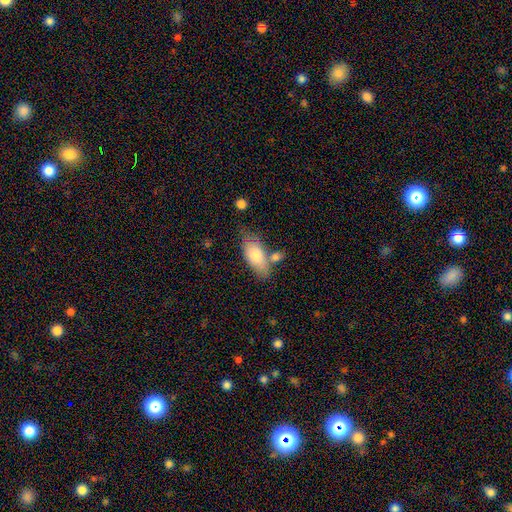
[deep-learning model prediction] Morphology: type=smooth (78%); roundness=in between (87%); merging=none (58%).